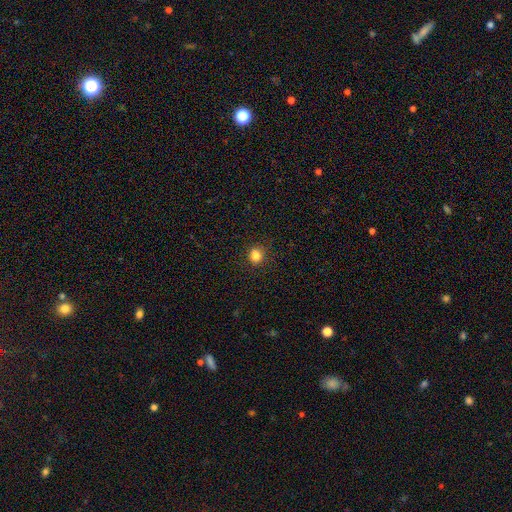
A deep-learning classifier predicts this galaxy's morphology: The model was most divided on "how rounded": round: 83%, in between: 17%, cigar-shaped: 1%. More confident: merging — none (89%); smooth or featured — smooth (84%).